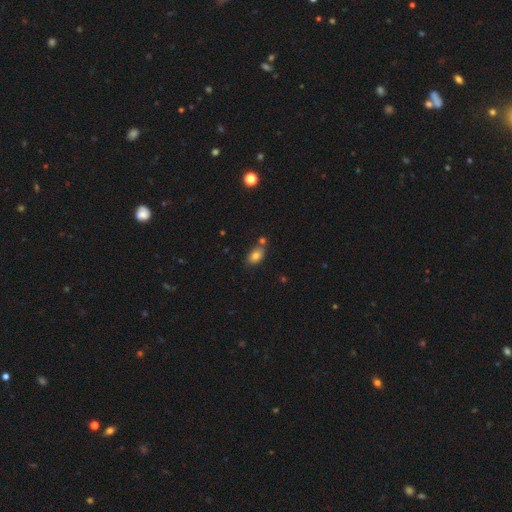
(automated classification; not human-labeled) A smooth galaxy with no disk features (79%) that is in between round and cigar-shaped (83%). Merging: none (63%).